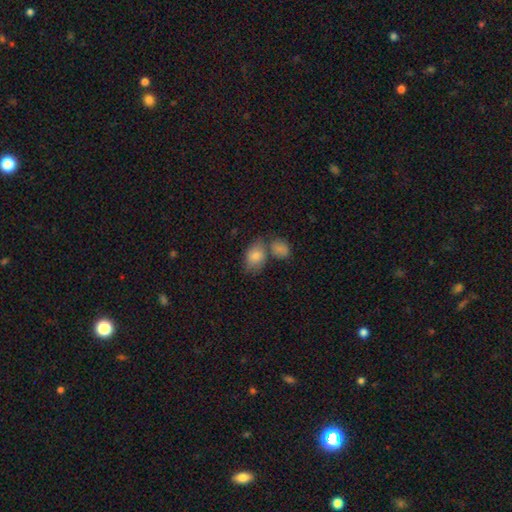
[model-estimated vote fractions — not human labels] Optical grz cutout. It shows a smooth galaxy with no disk features (79%) that is in between round and cigar-shaped (73%). Merging: none (48%).